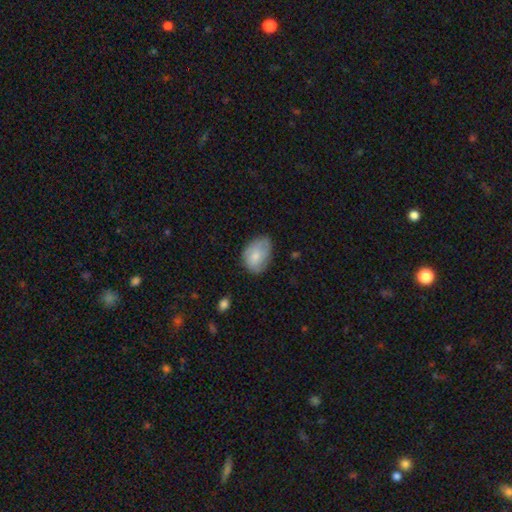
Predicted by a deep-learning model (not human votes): smooth_or_featured: smooth (p=0.73) [alt: featured or disk p=0.21]
how_rounded: in between (p=0.80) [alt: round p=0.18]
merging: none (p=0.58) [alt: minor disturbance p=0.32]